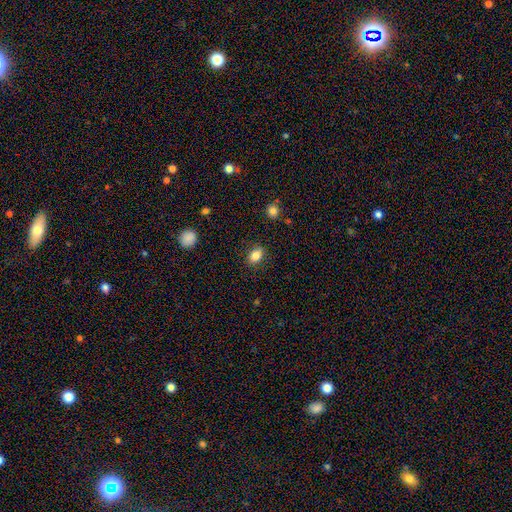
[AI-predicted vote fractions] Q: Smooth or featured?
A: smooth (83%); runner-up: star or artifact (10%)
Q: How rounded?
A: in between (72%); runner-up: round (26%)
Q: Merging?
A: none (85%); runner-up: minor disturbance (11%)